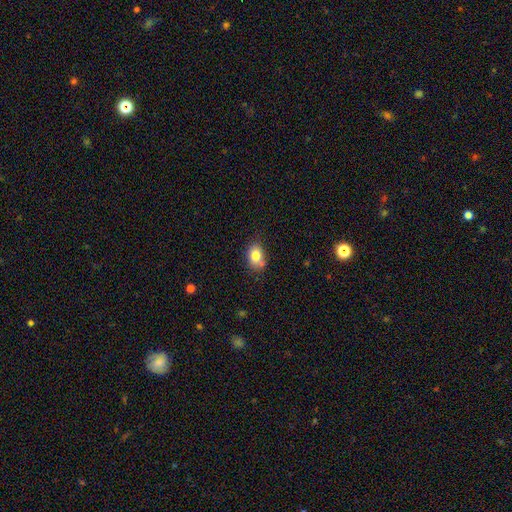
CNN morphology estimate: Overall: smooth (81%). How rounded: in between (71%). Merging: none (63%; minor disturbance 24%).